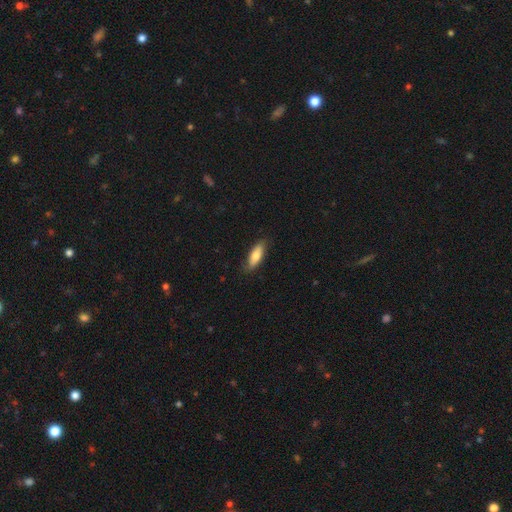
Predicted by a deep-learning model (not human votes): smooth_or_featured: smooth (p=0.74) [alt: featured or disk p=0.20]
how_rounded: in between (p=0.61) [alt: cigar-shaped p=0.37]
merging: none (p=0.81) [alt: minor disturbance p=0.15]